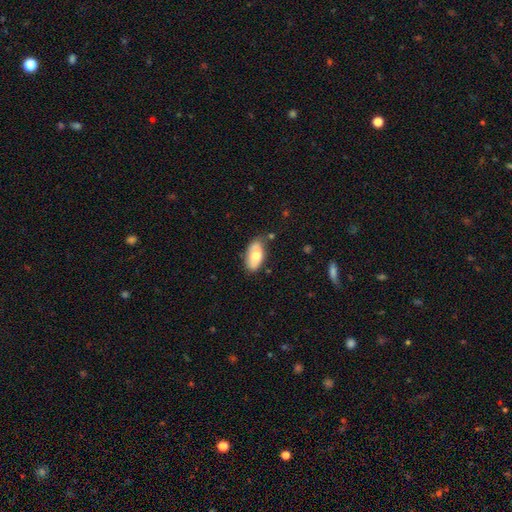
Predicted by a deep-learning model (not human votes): This is likely a smooth galaxy (71%). How rounded: clearly in between (94%). Merging: likely none (71%).